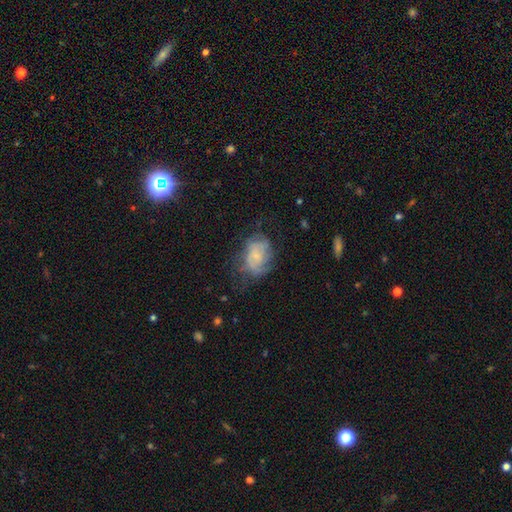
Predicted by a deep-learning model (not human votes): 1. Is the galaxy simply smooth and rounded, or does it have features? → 50% featured or disk, 39% smooth, 11% star or artifact.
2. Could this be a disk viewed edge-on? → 97% no, 3% yes.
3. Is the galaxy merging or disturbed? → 48% none, 27% minor disturbance, 23% major disturbance, 2% merger.